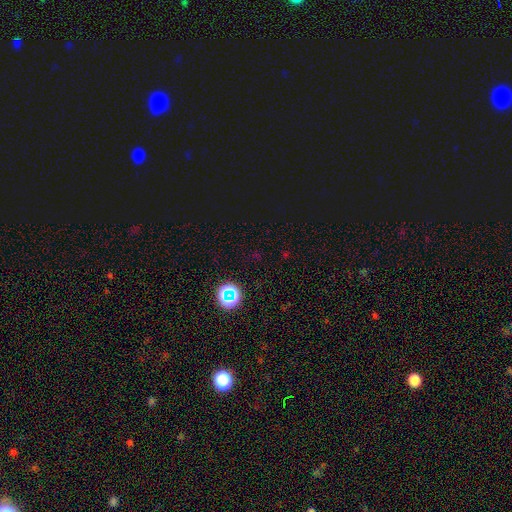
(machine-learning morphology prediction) This appears to be a star or artifact, not a galaxy (68%).